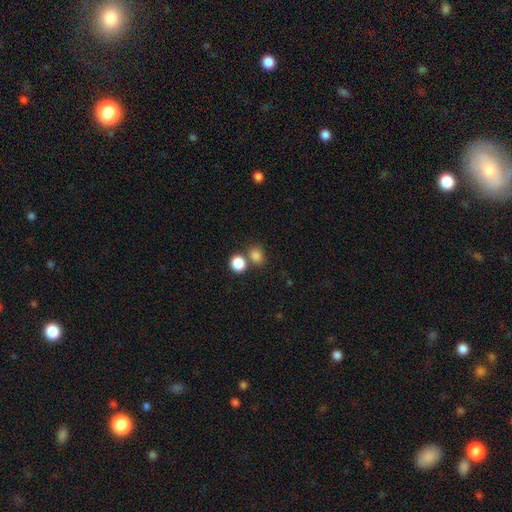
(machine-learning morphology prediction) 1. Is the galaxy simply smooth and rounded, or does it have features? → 82% smooth, 13% star or artifact, 5% featured or disk.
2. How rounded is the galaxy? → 70% round, 29% in between, 1% cigar-shaped.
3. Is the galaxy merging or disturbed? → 61% none, 27% merger, 9% minor disturbance, 3% major disturbance.